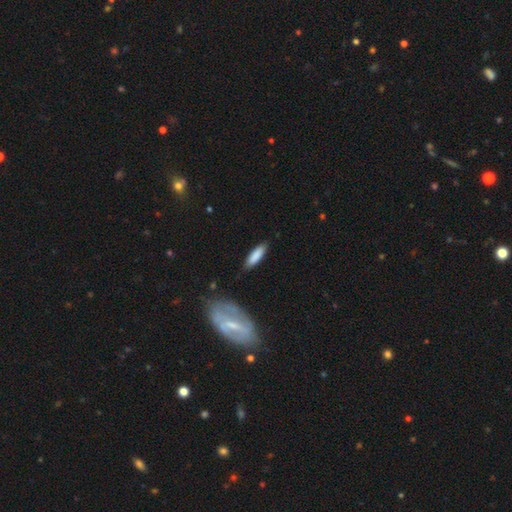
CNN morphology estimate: Smooth or featured? Predicted: smooth (p=0.84). How rounded? Predicted: cigar-shaped (p=0.62). Merging? Predicted: none (p=0.85).